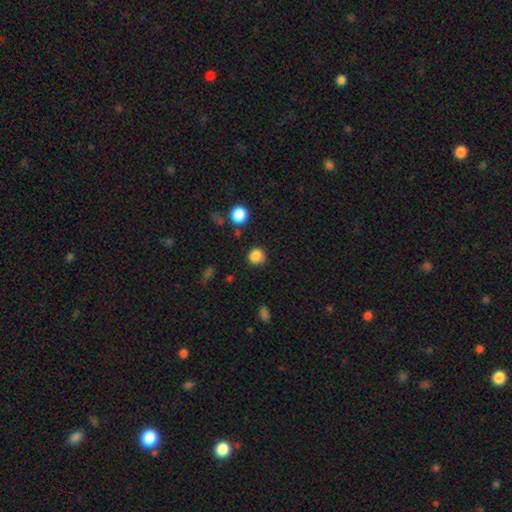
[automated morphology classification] Smooth or featured? smooth (85%)
How rounded? round (86%)
Merging? none (77%)